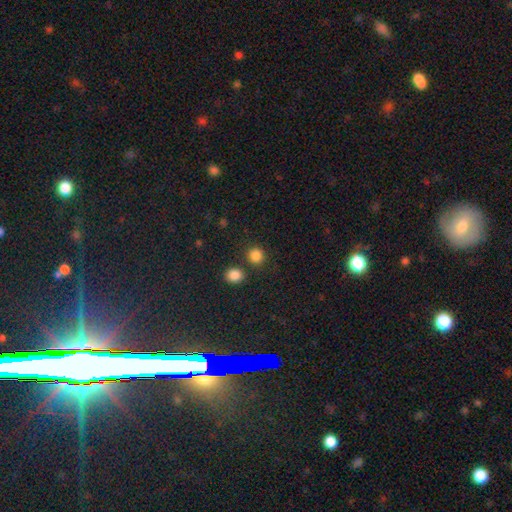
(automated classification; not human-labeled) This appears to be a smooth galaxy with no disk features (85%) that is round (87%). Merging: none (79%).